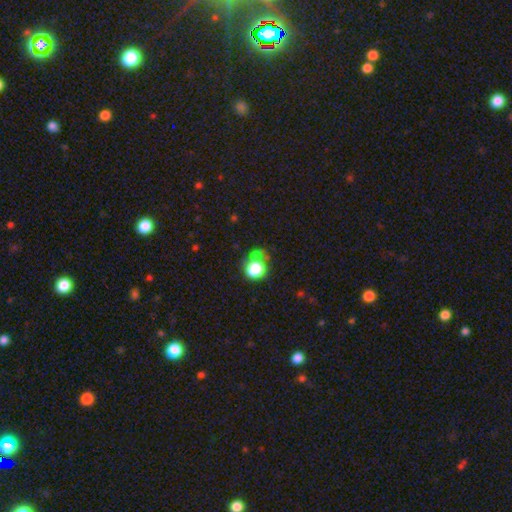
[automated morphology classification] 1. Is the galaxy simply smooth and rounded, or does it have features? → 75% smooth, 16% star or artifact, 9% featured or disk.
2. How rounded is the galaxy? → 83% round, 16% in between, 1% cigar-shaped.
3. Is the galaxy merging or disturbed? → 54% none, 18% merger, 16% minor disturbance, 12% major disturbance.